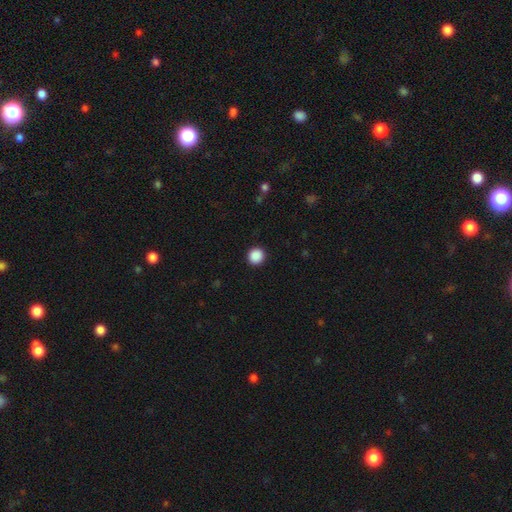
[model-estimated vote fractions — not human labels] A smooth galaxy with no disk features (89%) that is round (93%).

Vote fractions:
- Smooth or featured? smooth: 89% / star or artifact: 9% / featured or disk: 2%
- How rounded? round: 93% / in between: 6% / cigar-shaped: 1%
- Merging? none: 93% / minor disturbance: 5% / major disturbance: 2% / merger: 1%